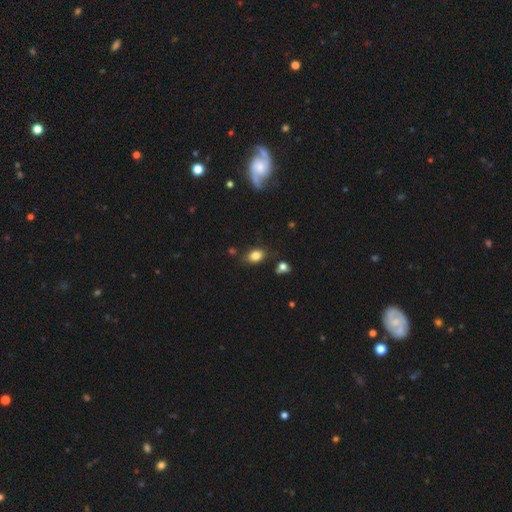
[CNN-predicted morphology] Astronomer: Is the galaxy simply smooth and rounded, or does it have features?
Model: smooth — 82%.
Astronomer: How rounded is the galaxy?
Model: in between — 79%.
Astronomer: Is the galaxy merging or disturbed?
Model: none — 76%.